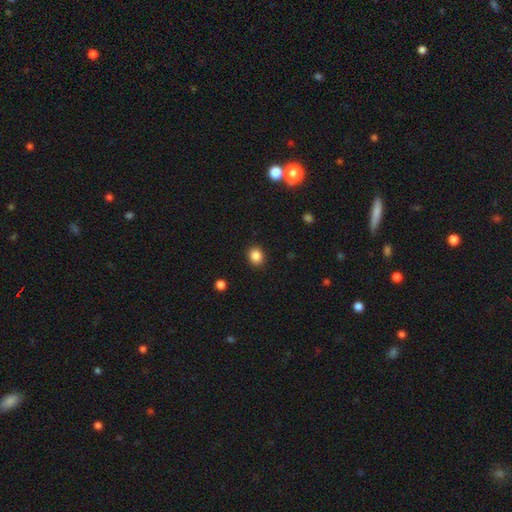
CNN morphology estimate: Smooth or featured: smooth — 86% (star or artifact — 10%)
How rounded: round — 70% (in between — 29%)
Merging: none — 90% (minor disturbance — 7%)